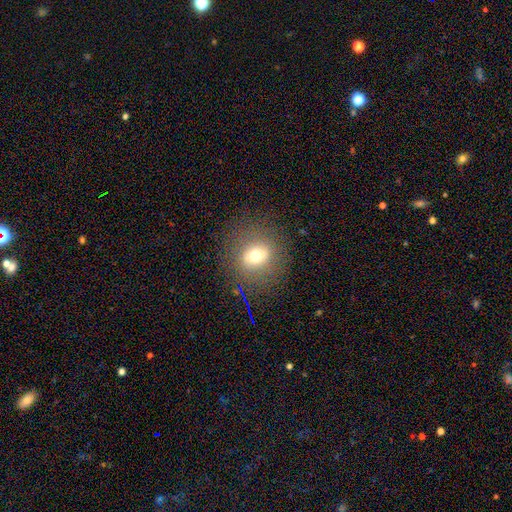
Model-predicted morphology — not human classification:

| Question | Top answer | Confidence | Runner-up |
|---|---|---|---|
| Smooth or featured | smooth | 60% | featured or disk (24%) |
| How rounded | round | 79% | in between (19%) |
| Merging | none | 83% | minor disturbance (10%) |